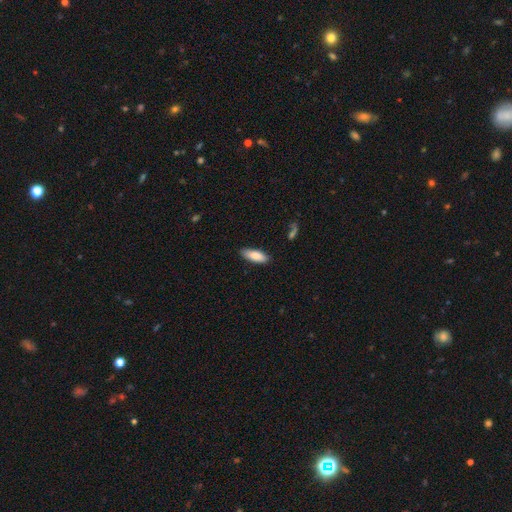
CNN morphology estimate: Overall: smooth (84%). How rounded: in between (67%; cigar-shaped 31%). Merging: none (84%).